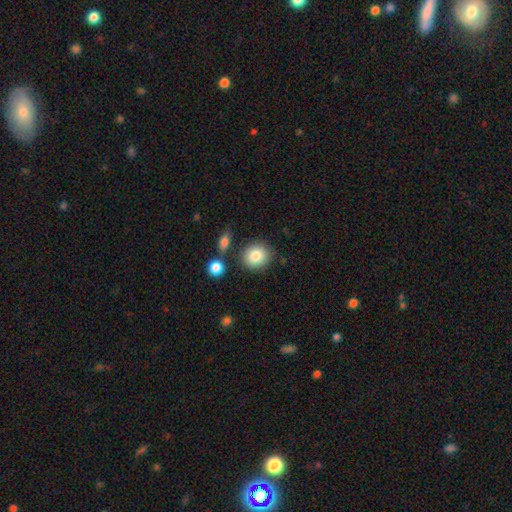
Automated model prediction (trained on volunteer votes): This is clearly a smooth galaxy (84%). How rounded: likely round (80%). Merging: clearly none (80%).